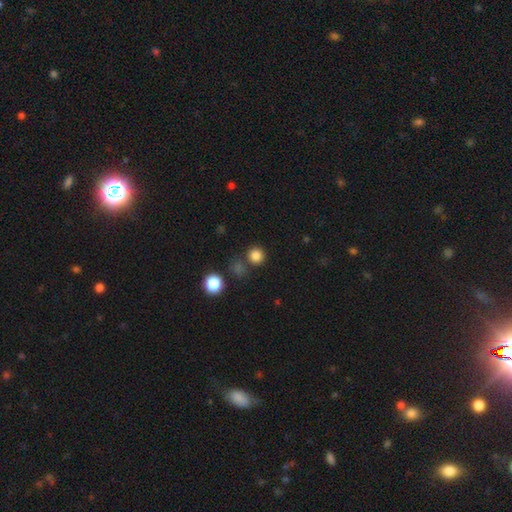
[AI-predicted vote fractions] A smooth galaxy with no disk features (82%) that is round (94%). Merging: none (80%).